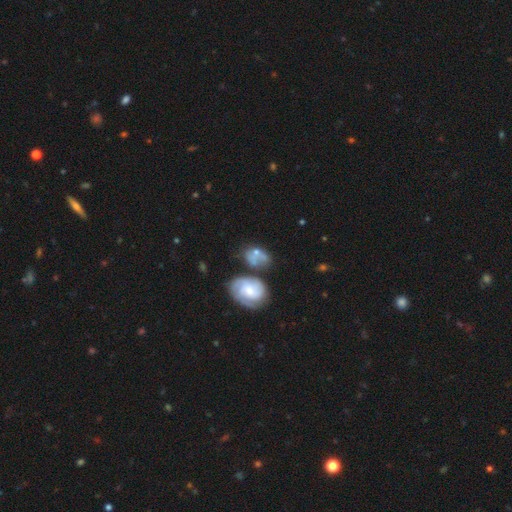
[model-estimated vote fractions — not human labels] smooth_or_featured: smooth (p=0.48) [alt: featured or disk p=0.42]
merging: merger (p=0.38) [alt: none p=0.31]